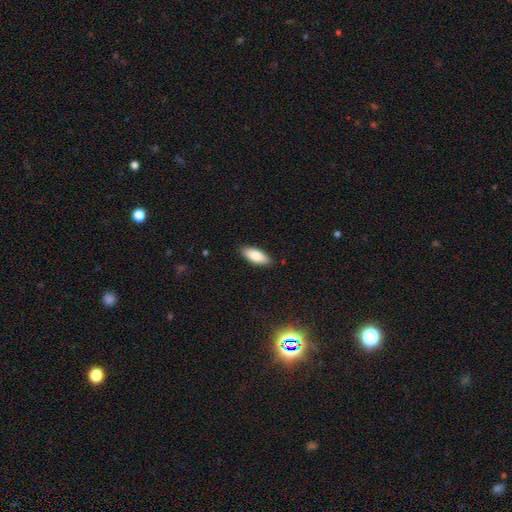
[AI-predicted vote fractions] A smooth galaxy with no disk features (83%) that is in between round and cigar-shaped (77%).

Vote fractions:
- Smooth or featured? smooth: 83% / featured or disk: 11% / star or artifact: 6%
- How rounded? in between: 77% / cigar-shaped: 21% / round: 2%
- Merging? none: 88% / minor disturbance: 10% / major disturbance: 2% / merger: 1%